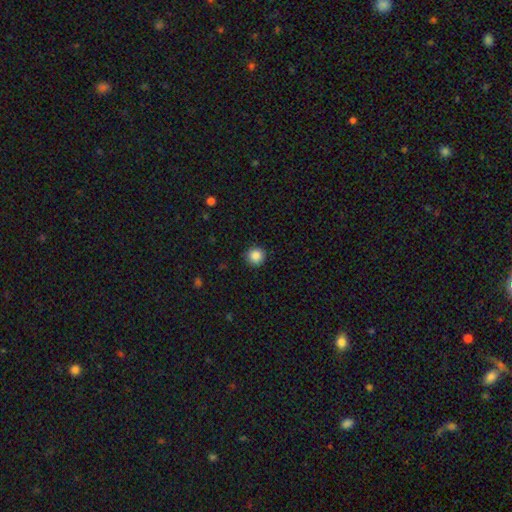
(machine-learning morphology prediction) Q: Smooth or featured?
A: smooth (87%); runner-up: star or artifact (10%)
Q: How rounded?
A: round (95%); runner-up: in between (4%)
Q: Merging?
A: none (91%); runner-up: minor disturbance (6%)